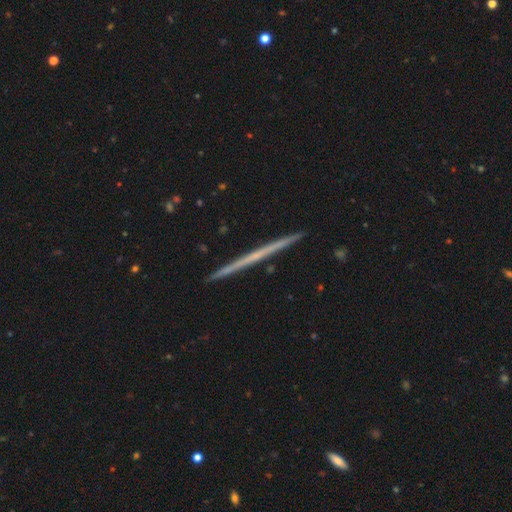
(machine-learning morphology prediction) Q: Smooth or featured?
A: featured or disk (66%); runner-up: smooth (27%)
Q: Edge-on disk?
A: yes (98%); runner-up: no (2%)
Q: Edge-on bulge?
A: none (83%); runner-up: rounded (13%)
Q: Merging?
A: none (92%); runner-up: minor disturbance (6%)